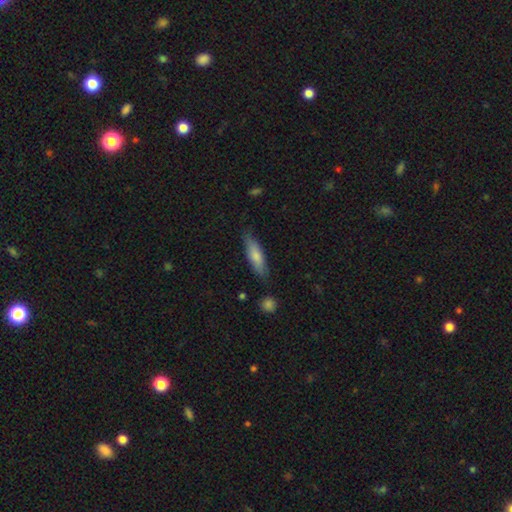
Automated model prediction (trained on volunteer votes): This appears to be a smooth galaxy with no disk features (73%) that is cigar-shaped (63%). Merging: none (78%).